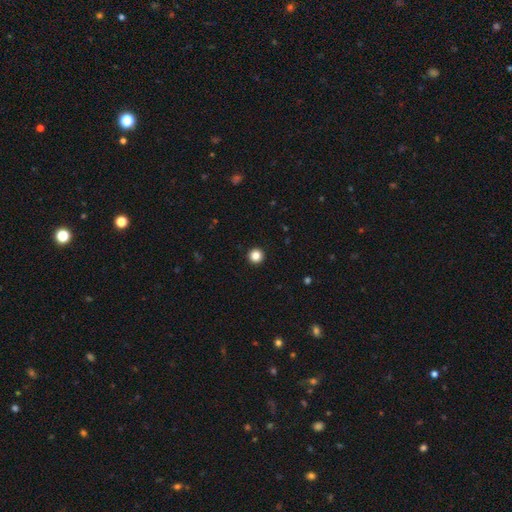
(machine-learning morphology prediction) smooth 86%, star or artifact 11%, featured or disk 3%. Down the decision tree: how rounded — round (97%); merging — none (94%).